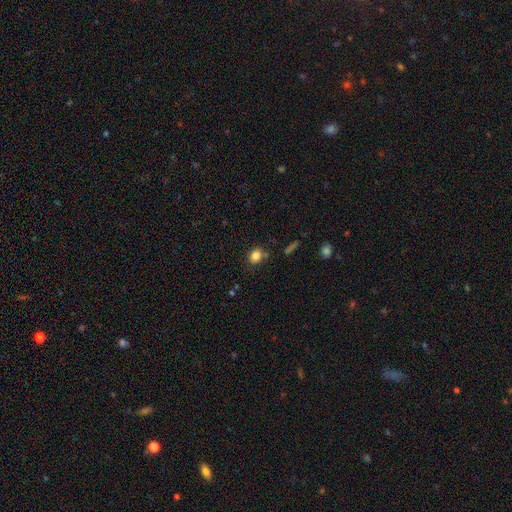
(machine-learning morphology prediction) Smooth or featured: smooth — 83% (star or artifact — 11%)
How rounded: round — 54% (in between — 45%)
Merging: none — 76% (minor disturbance — 14%)